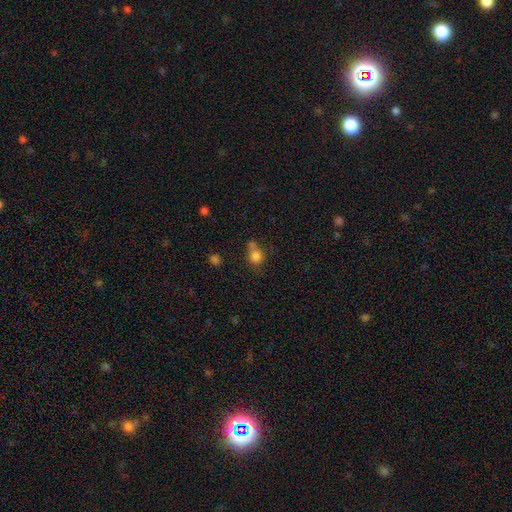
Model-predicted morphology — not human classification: Q: Smooth or featured?
A: smooth (79%); runner-up: star or artifact (12%)
Q: How rounded?
A: round (75%); runner-up: in between (23%)
Q: Merging?
A: none (44%); runner-up: merger (32%)